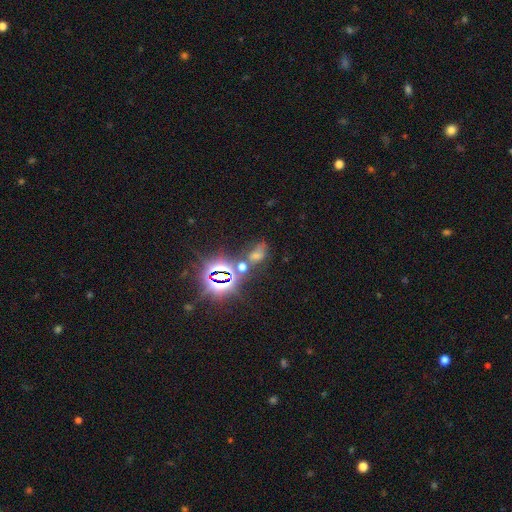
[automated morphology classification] Smooth or featured: star or artifact — 63% (smooth — 25%)